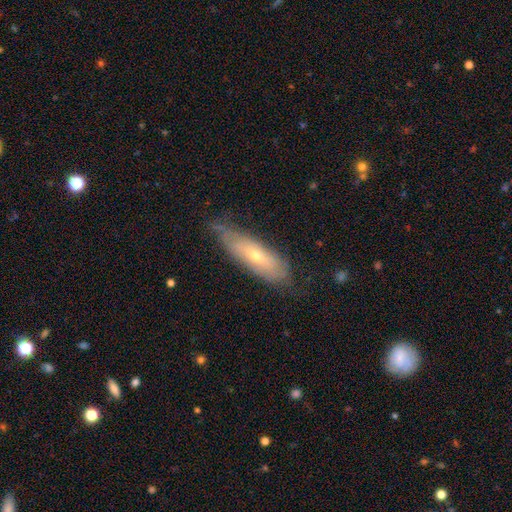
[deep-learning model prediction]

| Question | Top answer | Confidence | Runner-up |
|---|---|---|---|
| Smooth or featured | featured or disk | 51% | smooth (42%) |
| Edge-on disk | no | 62% | yes (38%) |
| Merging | none | 62% | minor disturbance (29%) |